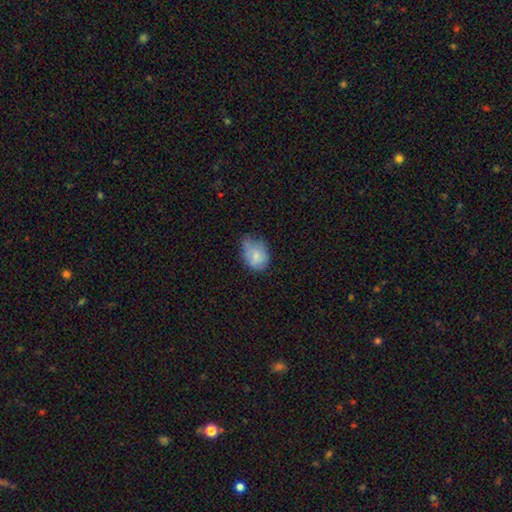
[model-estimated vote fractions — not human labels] smooth-or-featured: smooth: 76% | featured or disk: 16% | star or artifact: 8%
  how-rounded: in between: 68% | round: 31% | cigar-shaped: 1%
  merging: minor disturbance: 45% | none: 36% | major disturbance: 16% | merger: 2%